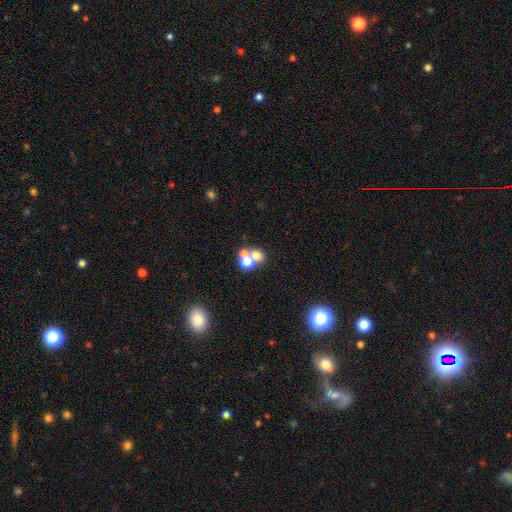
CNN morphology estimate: The model was most divided on "merging": merger: 56%, none: 34%, minor disturbance: 6%, major disturbance: 4%. More confident: how rounded — round (73%); smooth or featured — smooth (62%).